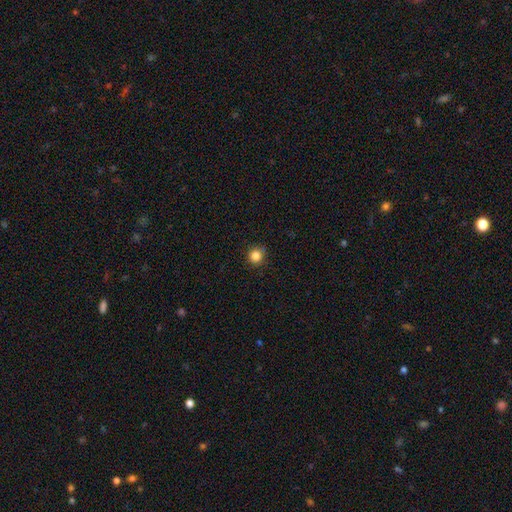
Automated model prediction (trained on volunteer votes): smooth-or-featured: smooth: 84% | star or artifact: 12% | featured or disk: 4%
  how-rounded: round: 92% | in between: 7% | cigar-shaped: 1%
  merging: none: 88% | minor disturbance: 9% | major disturbance: 2% | merger: 1%